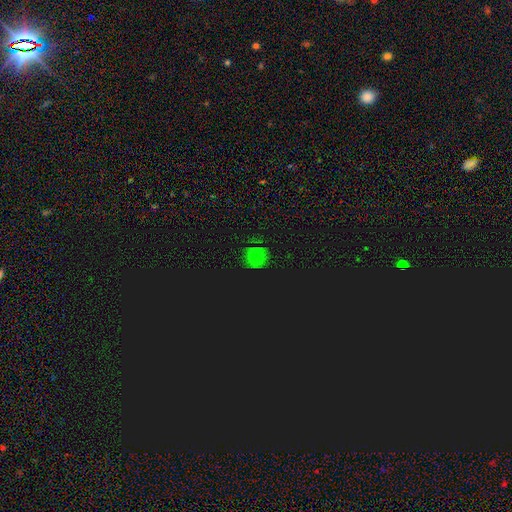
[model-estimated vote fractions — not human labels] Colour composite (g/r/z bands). It shows a star or artifact, not a galaxy (48%).